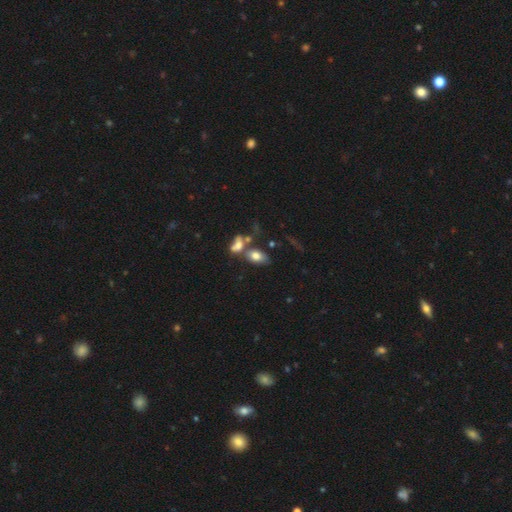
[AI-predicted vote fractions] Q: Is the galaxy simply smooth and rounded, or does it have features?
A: smooth — 74%.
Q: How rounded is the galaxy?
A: in between — 88%.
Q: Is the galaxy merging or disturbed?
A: merger — 42%.